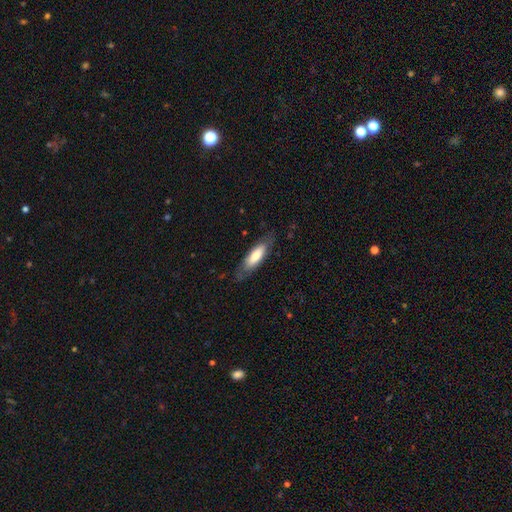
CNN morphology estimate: type=smooth (68%); roundness=in between (51%); merging=none (76%).